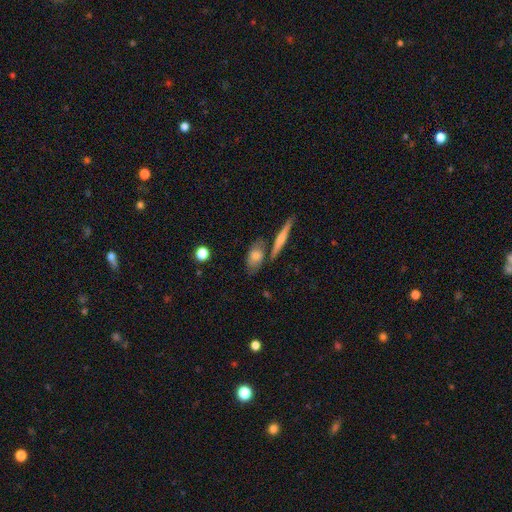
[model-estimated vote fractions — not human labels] smooth 64%, featured or disk 29%, star or artifact 7%. Down the decision tree: how rounded — in between (73%); merging — none (61%).